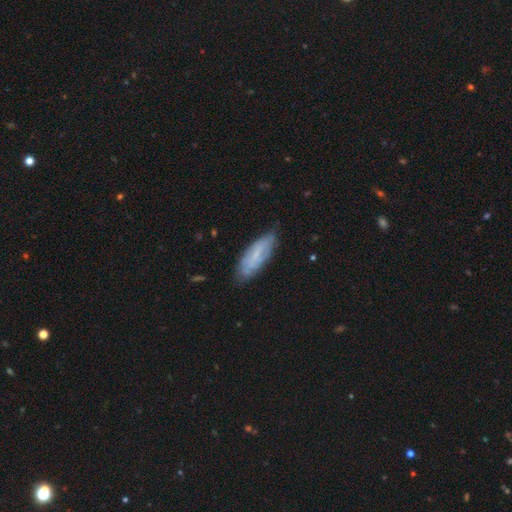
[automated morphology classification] smooth-or-featured: featured or disk: 46% (tied) | smooth: 46% (tied) | star or artifact: 7%
  merging: none: 72% | minor disturbance: 22% | major disturbance: 4% | merger: 2%